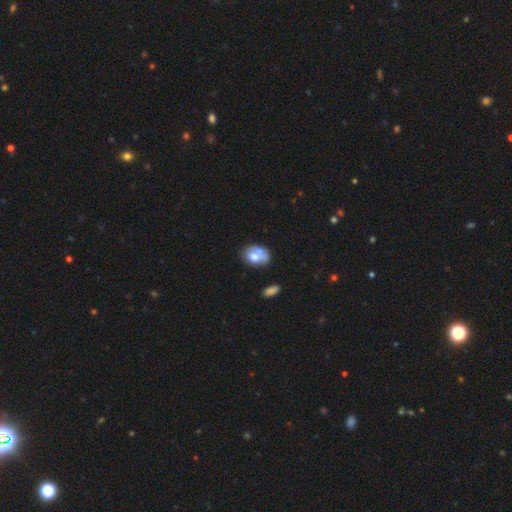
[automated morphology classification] This is likely a smooth galaxy (66%). How rounded: likely in between (66%). Merging: marginally none (40%).